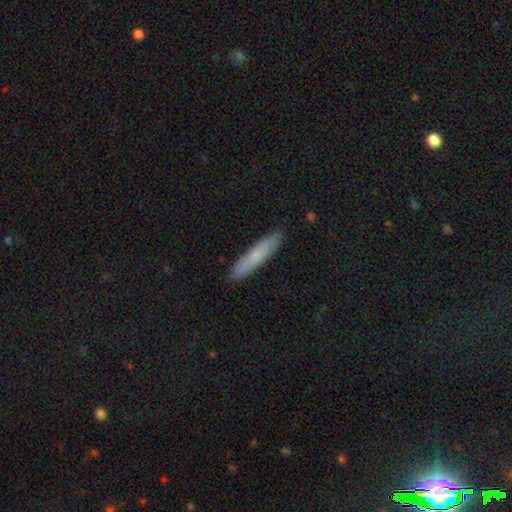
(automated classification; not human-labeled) smooth-or-featured: smooth: 70% | featured or disk: 23% | star or artifact: 6%
  how-rounded: cigar-shaped: 90% | in between: 8% | round: 1%
  merging: none: 91% | minor disturbance: 7% | major disturbance: 1% | merger: 1%